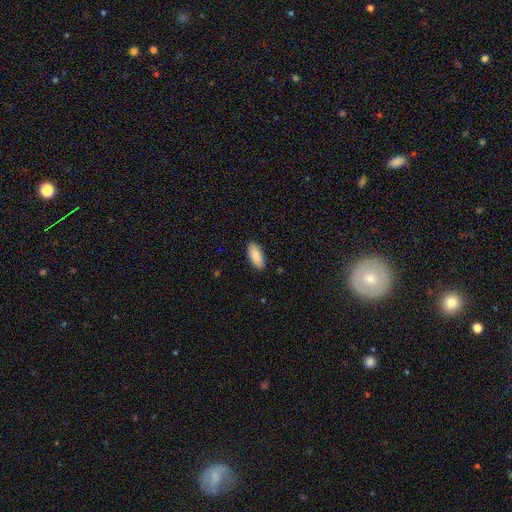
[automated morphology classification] Overall: smooth (90%). How rounded: in between (87%). Merging: none (89%).